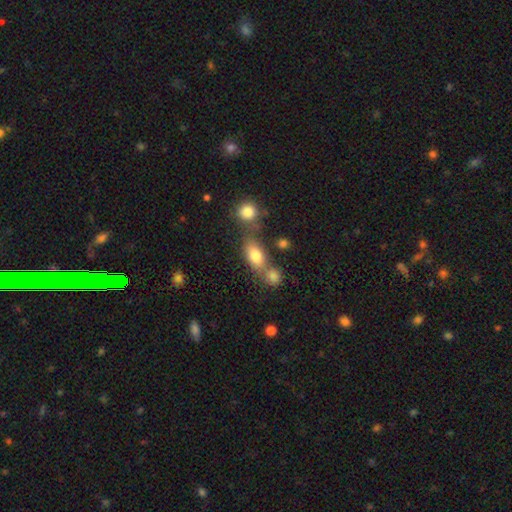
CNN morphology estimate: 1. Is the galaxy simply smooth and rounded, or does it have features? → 78% smooth, 12% featured or disk, 11% star or artifact.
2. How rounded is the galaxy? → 78% in between, 17% round, 5% cigar-shaped.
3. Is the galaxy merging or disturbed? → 49% none, 32% merger, 13% minor disturbance, 6% major disturbance.